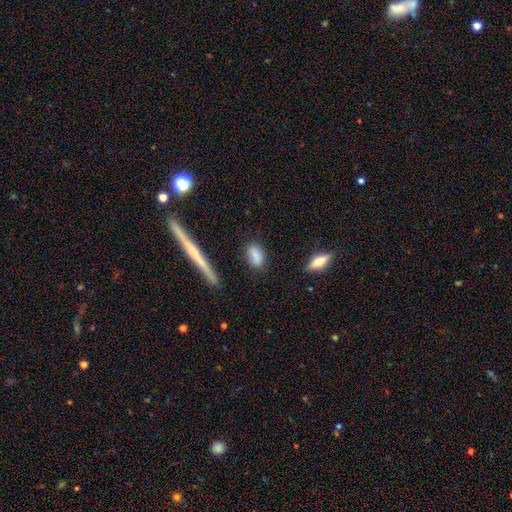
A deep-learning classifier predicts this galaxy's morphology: A smooth galaxy with no disk features (80%) that is in between round and cigar-shaped (79%).

Vote fractions:
- Smooth or featured? smooth: 80% / featured or disk: 12% / star or artifact: 8%
- How rounded? in between: 79% / round: 11% / cigar-shaped: 10%
- Merging? none: 76% / minor disturbance: 16% / major disturbance: 4% / merger: 4%